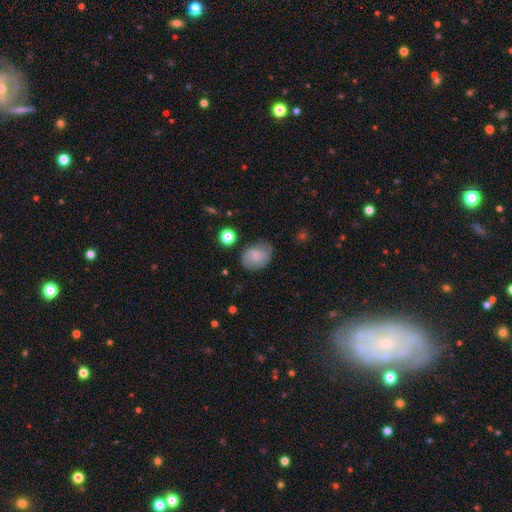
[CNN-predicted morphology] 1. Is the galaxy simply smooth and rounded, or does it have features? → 72% smooth, 19% featured or disk, 9% star or artifact.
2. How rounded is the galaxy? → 61% in between, 38% round, 1% cigar-shaped.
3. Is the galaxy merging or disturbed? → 67% none, 24% minor disturbance, 6% major disturbance, 2% merger.